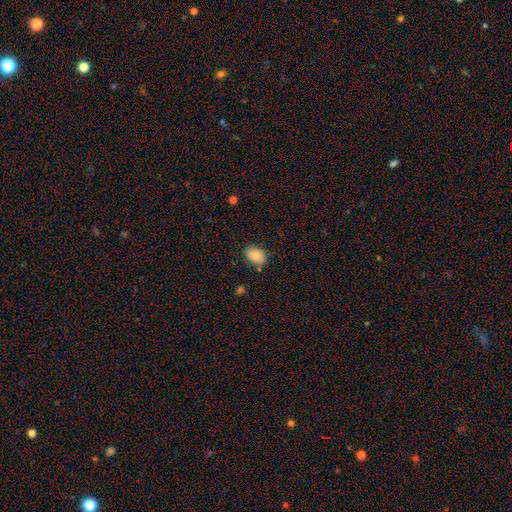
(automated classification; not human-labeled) Morphology: type=smooth (83%); roundness=in between (76%); merging=none (77%).